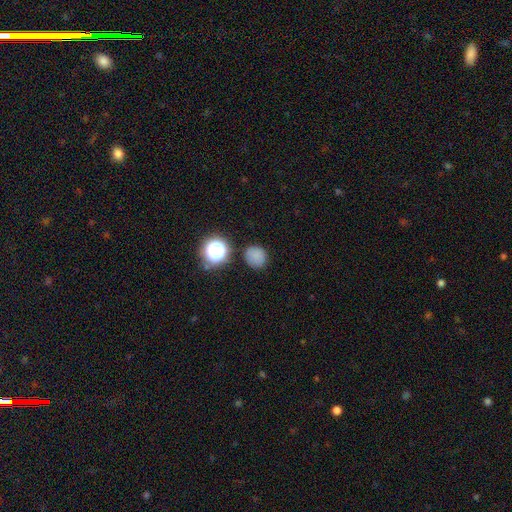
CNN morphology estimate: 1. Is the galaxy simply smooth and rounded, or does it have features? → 77% smooth, 17% star or artifact, 6% featured or disk.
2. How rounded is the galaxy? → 86% round, 13% in between, 1% cigar-shaped.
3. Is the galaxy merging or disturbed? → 80% none, 12% minor disturbance, 4% major disturbance, 4% merger.